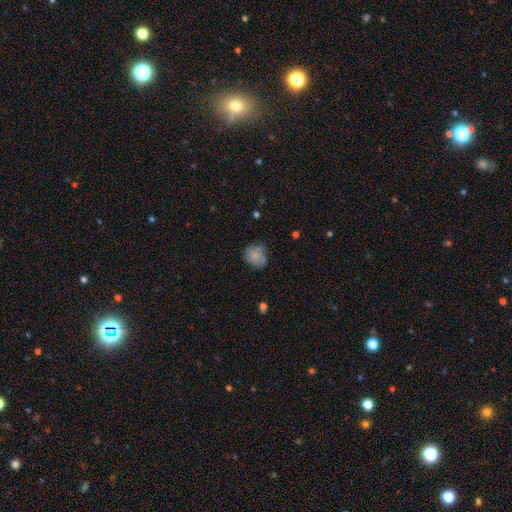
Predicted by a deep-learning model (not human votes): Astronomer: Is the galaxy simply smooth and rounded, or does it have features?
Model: smooth — 72%.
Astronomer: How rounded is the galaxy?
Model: round — 75%.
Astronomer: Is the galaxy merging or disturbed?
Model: none — 62%.